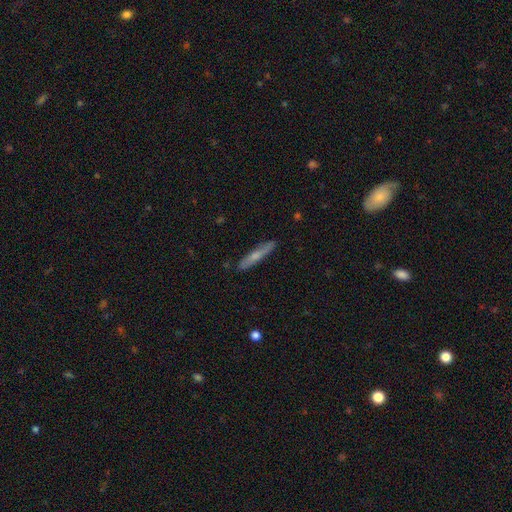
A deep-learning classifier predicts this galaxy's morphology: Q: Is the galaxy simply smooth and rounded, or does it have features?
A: smooth — 54%.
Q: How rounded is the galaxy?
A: cigar-shaped — 92%.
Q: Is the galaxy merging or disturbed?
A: none — 86%.